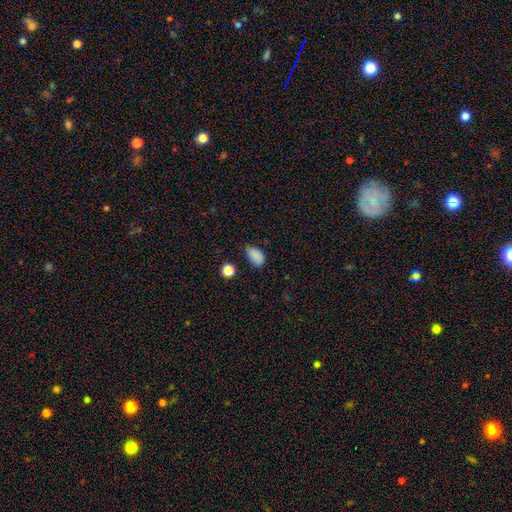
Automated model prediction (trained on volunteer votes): A smooth galaxy with no disk features (85%) that is in between round and cigar-shaped (88%). Merging: none (65%).